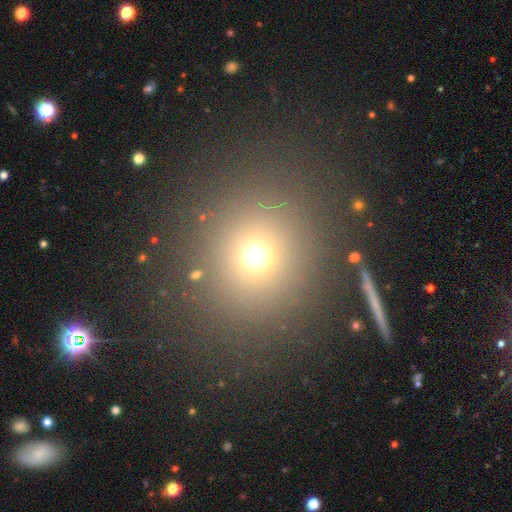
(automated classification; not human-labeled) Morphology: type=smooth (68%); roundness=round (90%); merging=none (85%).